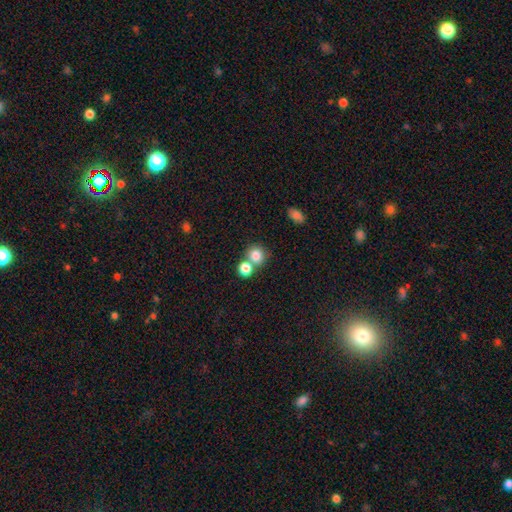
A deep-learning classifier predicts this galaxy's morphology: The model was most divided on "merging": none: 53%, merger: 37%, minor disturbance: 8%, major disturbance: 3%. More confident: how rounded — round (82%); smooth or featured — smooth (81%).